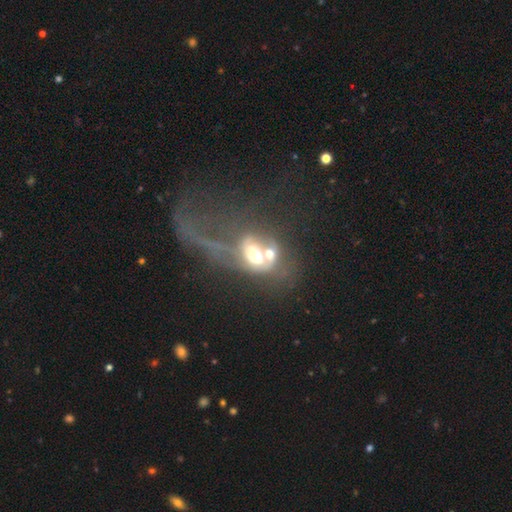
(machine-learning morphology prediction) A featured or disk galaxy (51%). Merging: merger (55%).